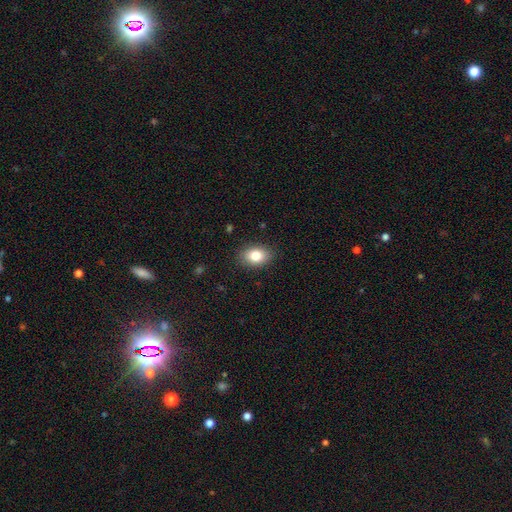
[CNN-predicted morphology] This appears to be a smooth galaxy with no disk features (83%) that is in between round and cigar-shaped (78%). Merging: none (87%).